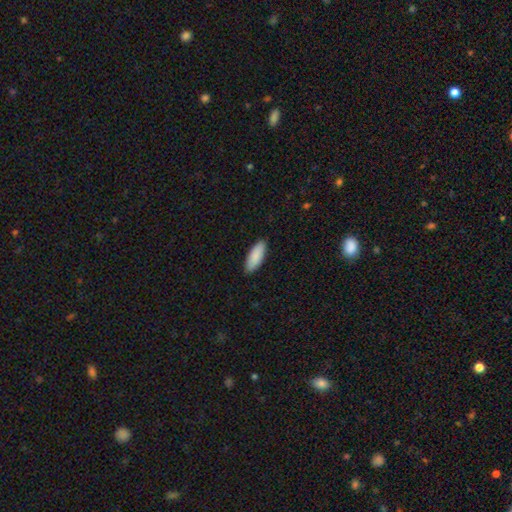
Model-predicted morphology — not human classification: A smooth galaxy with no disk features (90%) that is in between round and cigar-shaped (72%). Merging: none (89%).